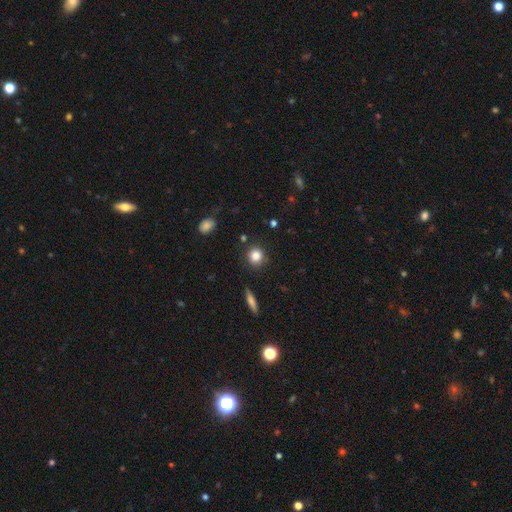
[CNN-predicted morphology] smooth_or_featured: smooth (p=0.84) [alt: star or artifact p=0.10]
how_rounded: round (p=0.87) [alt: in between p=0.12]
merging: none (p=0.86) [alt: minor disturbance p=0.09]